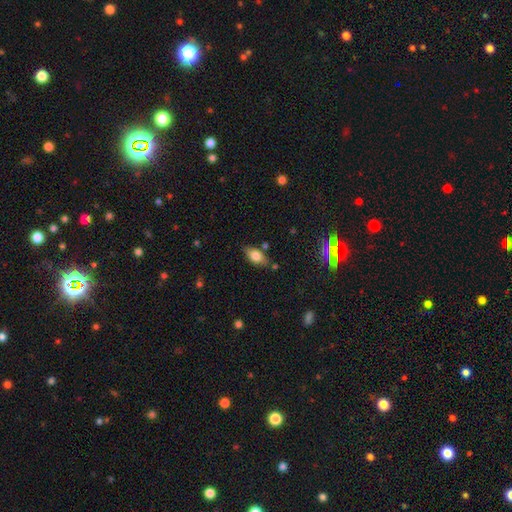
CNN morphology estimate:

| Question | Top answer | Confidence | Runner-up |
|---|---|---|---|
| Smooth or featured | smooth | 74% | featured or disk (17%) |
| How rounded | in between | 86% | cigar-shaped (9%) |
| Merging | none | 74% | minor disturbance (17%) |